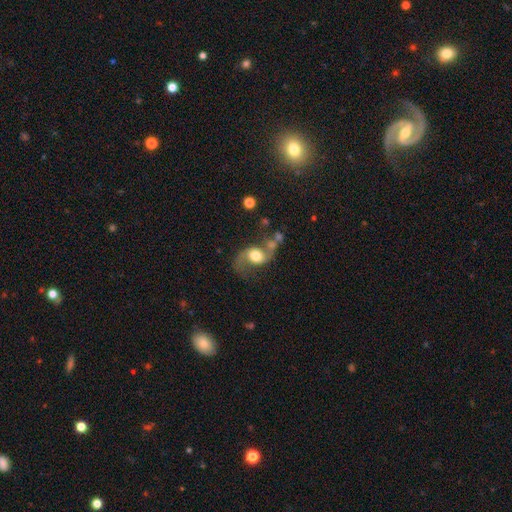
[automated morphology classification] The model was most divided on "bulge size": moderate: 49%, large: 37%, small: 7%, dominant: 5%, none: 2%. Remaining: edge-on disk — no (96%); spiral arm count — 2 (89%); spiral arms — yes (88%); spiral winding — loose (75%); smooth or featured — featured or disk (69%); bar — no (61%); merging — none (46%).